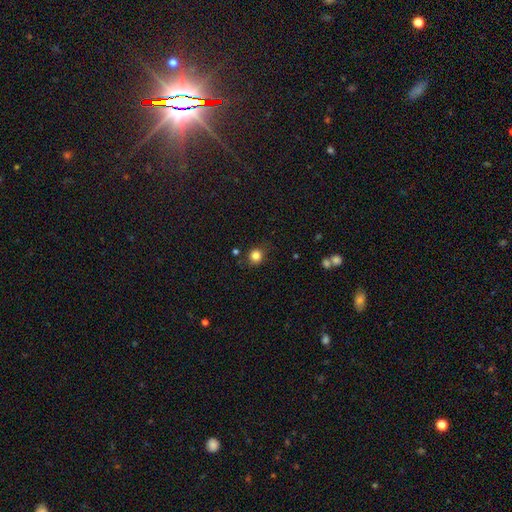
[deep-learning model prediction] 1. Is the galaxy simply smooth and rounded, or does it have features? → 83% smooth, 12% star or artifact, 5% featured or disk.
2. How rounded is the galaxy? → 88% round, 11% in between, 1% cigar-shaped.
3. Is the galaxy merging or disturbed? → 84% none, 11% minor disturbance, 3% major disturbance, 3% merger.